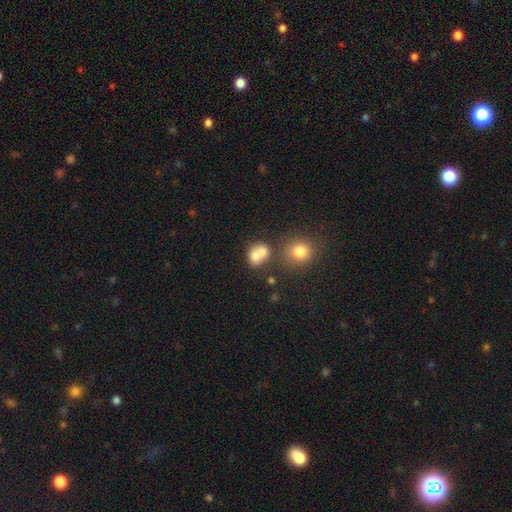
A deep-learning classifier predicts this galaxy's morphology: This is likely a smooth galaxy (72%). How rounded: likely round (61%). Merging: possibly merger (57%).